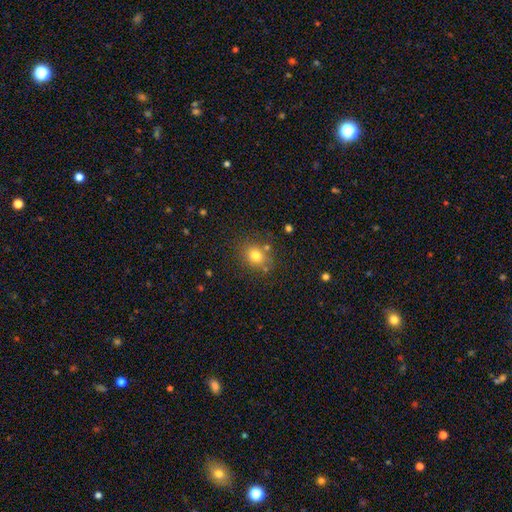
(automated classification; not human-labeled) Smooth or featured?
  - smooth: 77% *
  - star or artifact: 14%
  - featured or disk: 9%
How rounded?
  - round: 63% *
  - in between: 36%
  - cigar-shaped: 1%
Merging?
  - none: 77% *
  - minor disturbance: 12%
  - merger: 7%
  - major disturbance: 4%